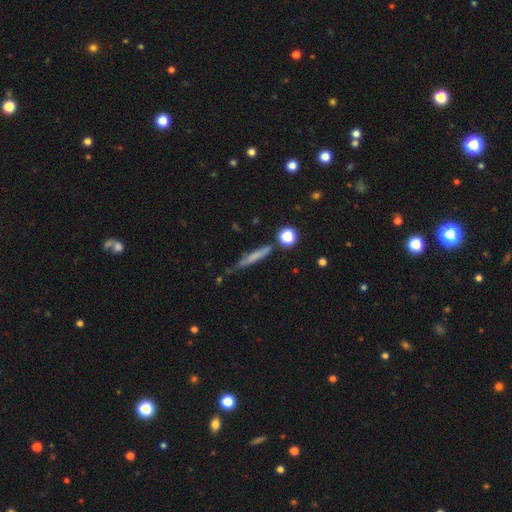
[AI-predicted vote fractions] Overall: smooth (62%; featured or disk 28%). How rounded: cigar-shaped (89%). Merging: none (66%).